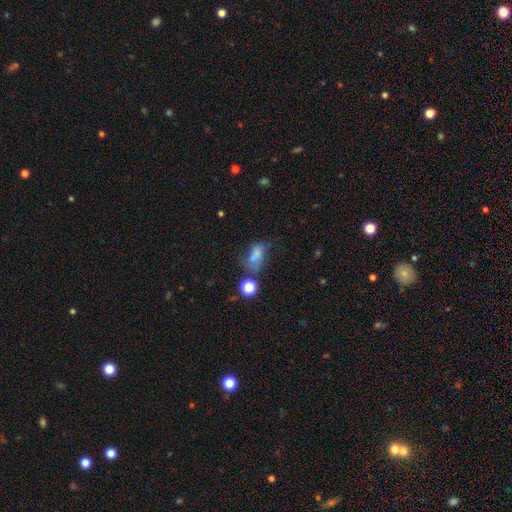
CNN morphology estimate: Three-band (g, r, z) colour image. It shows a smooth galaxy with no disk features (66%) that is in between round and cigar-shaped (78%). Merging: none (33%).